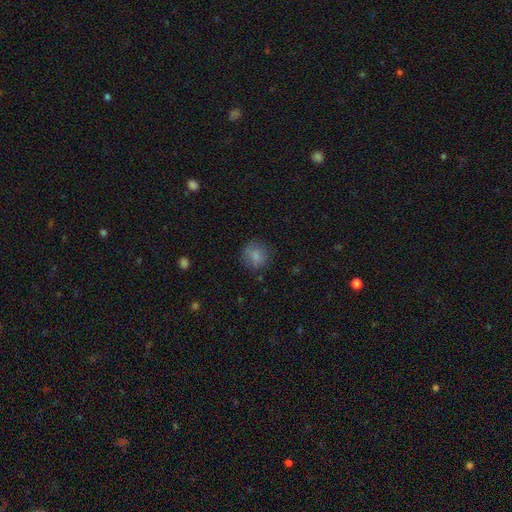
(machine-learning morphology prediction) This is clearly a smooth galaxy (81%). How rounded: clearly round (85%). Merging: likely none (78%).